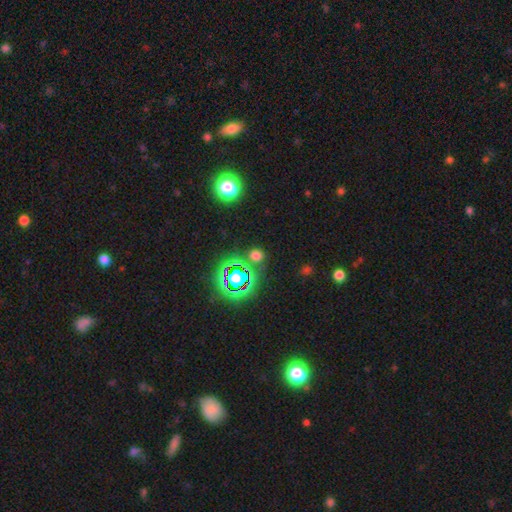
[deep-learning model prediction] Overall: smooth (56%; star or artifact 37%). How rounded: round (78%). Merging: none (81%).